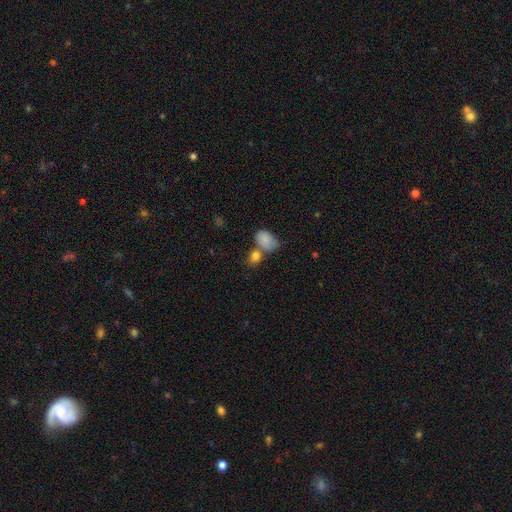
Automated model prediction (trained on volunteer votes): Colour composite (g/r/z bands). It shows a smooth galaxy with no disk features (83%) that is in between round and cigar-shaped (59%). Merging: none (45%).